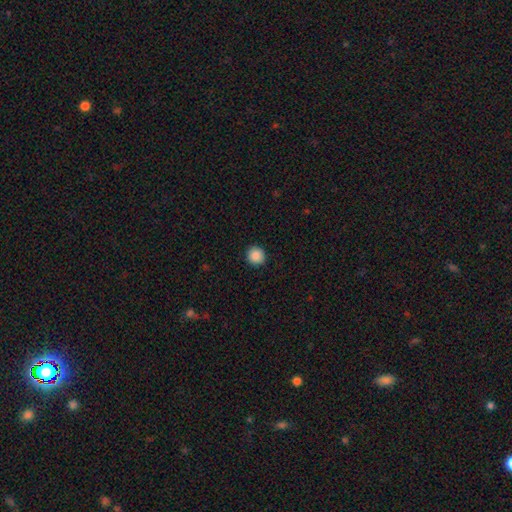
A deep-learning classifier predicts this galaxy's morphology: The model was most divided on "smooth or featured": smooth: 88%, star or artifact: 9%, featured or disk: 3%. More confident: how rounded — round (94%); merging — none (92%).